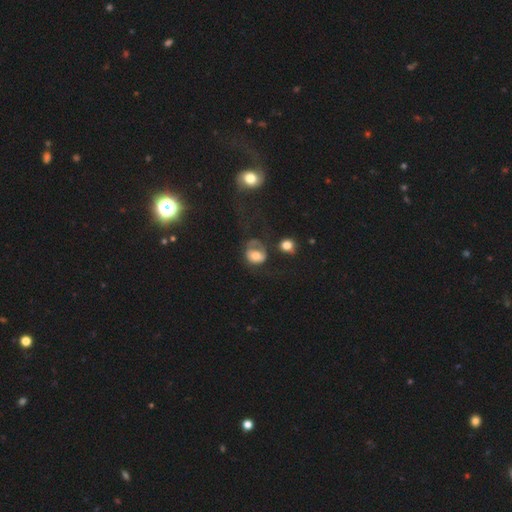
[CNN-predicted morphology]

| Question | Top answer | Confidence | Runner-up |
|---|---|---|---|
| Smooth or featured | smooth | 55% | featured or disk (35%) |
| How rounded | round | 58% | in between (41%) |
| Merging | major disturbance | 42% | none (27%) |